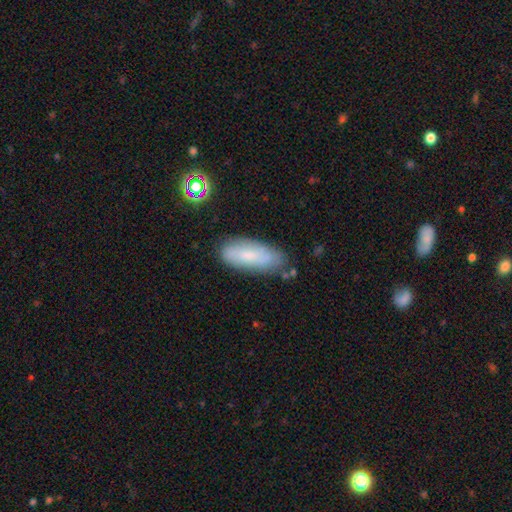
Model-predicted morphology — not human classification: smooth 64%, featured or disk 26%, star or artifact 10%. Down the decision tree: how rounded — in between (70%); merging — none (70%).